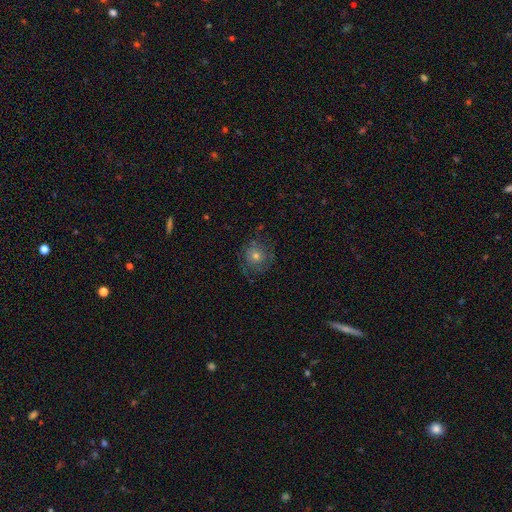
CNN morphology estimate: A smooth galaxy with no disk features (50%). Merging: none (70%).